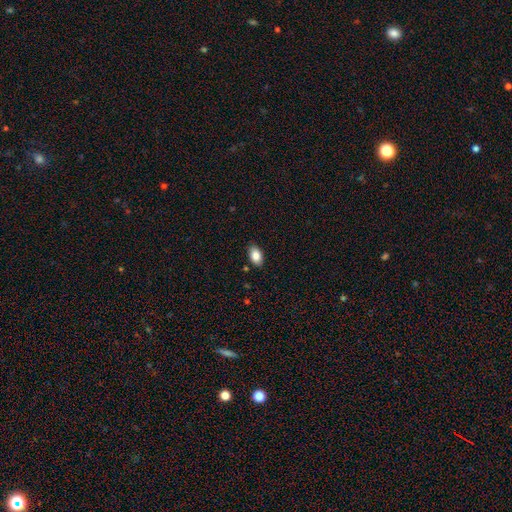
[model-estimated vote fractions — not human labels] The model was most divided on "merging": none: 86%, minor disturbance: 11%, major disturbance: 2%, merger: 1%. More confident: how rounded — in between (91%); smooth or featured — smooth (86%).